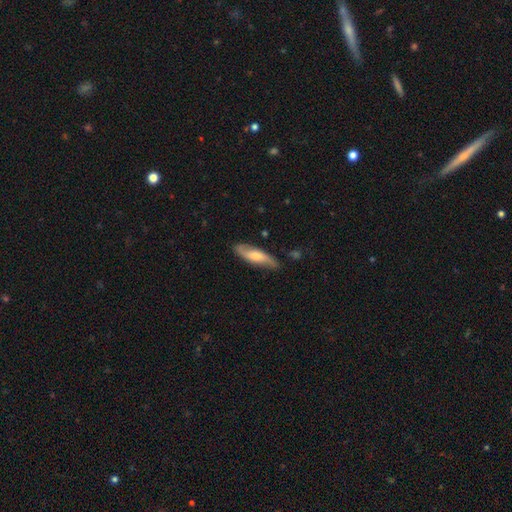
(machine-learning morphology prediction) The model was most divided on "smooth or featured": featured or disk: 49%, smooth: 46%, star or artifact: 5%. More confident: merging — none (79%).